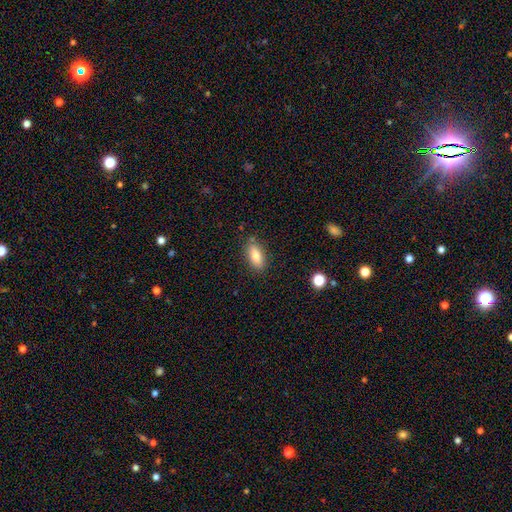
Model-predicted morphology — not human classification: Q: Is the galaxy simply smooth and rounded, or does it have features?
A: smooth — 79%.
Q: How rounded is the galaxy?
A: in between — 83%.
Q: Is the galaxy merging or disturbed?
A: none — 83%.